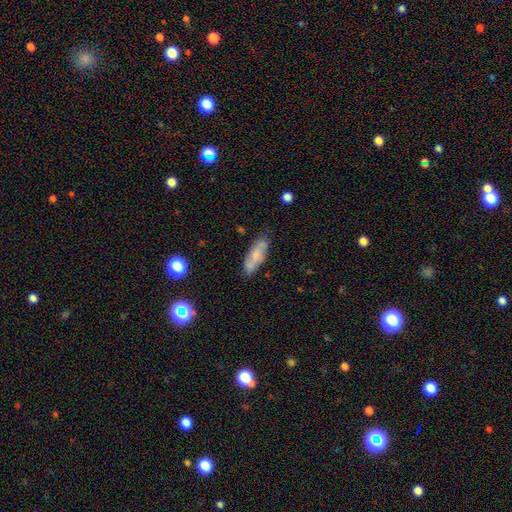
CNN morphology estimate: This is possibly a smooth galaxy (58%). How rounded: likely in between (63%). Merging: likely none (78%).